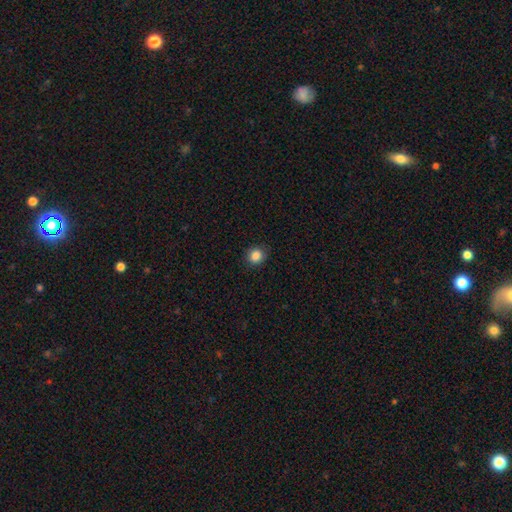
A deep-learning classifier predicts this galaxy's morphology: Smooth or featured? smooth (86%)
How rounded? round (83%)
Merging? none (89%)